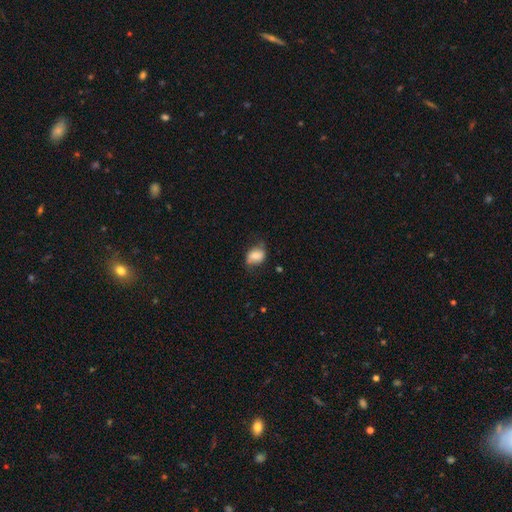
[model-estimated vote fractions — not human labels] Smooth or featured: smooth — 70% (featured or disk — 22%)
How rounded: in between — 70% (round — 29%)
Merging: none — 60% (minor disturbance — 29%)